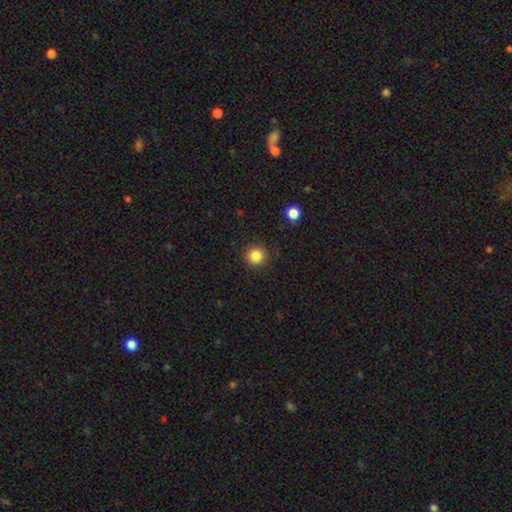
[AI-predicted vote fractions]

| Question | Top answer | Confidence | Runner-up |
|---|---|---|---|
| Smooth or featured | smooth | 85% | star or artifact (11%) |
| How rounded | round | 94% | in between (5%) |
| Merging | none | 91% | minor disturbance (6%) |